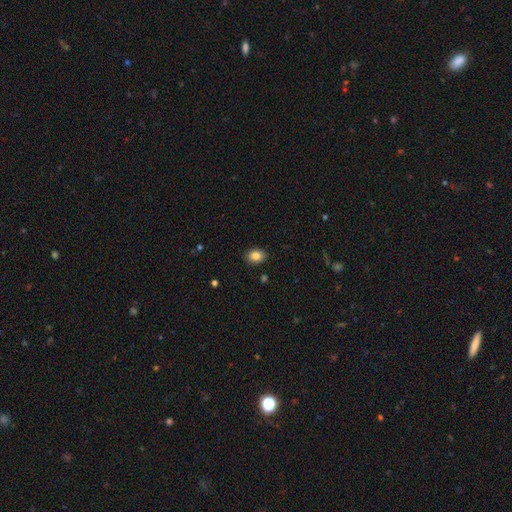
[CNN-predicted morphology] Overall: smooth (85%). How rounded: in between (72%). Merging: none (88%).